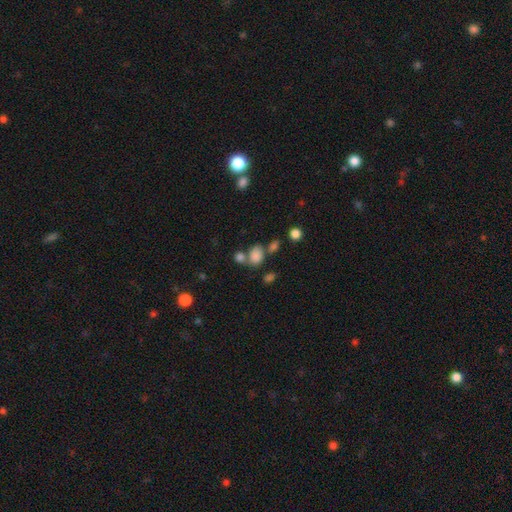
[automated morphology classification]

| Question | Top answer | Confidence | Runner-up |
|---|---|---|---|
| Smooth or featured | smooth | 80% | star or artifact (13%) |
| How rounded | in between | 60% | round (39%) |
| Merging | none | 47% | merger (33%) |